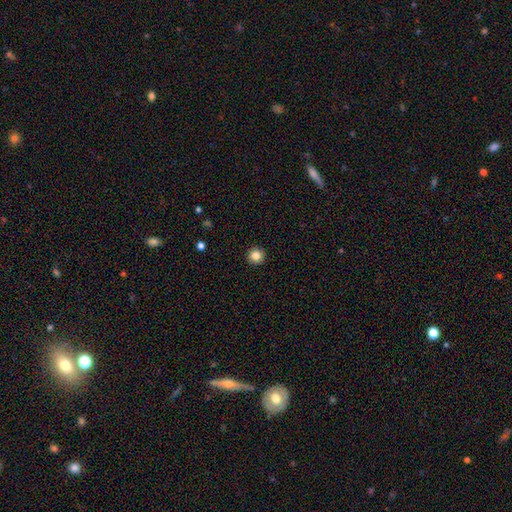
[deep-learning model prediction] Smooth or featured?
  - smooth: 84% *
  - star or artifact: 11%
  - featured or disk: 5%
How rounded?
  - round: 96% *
  - in between: 3%
  - cigar-shaped: 1%
Merging?
  - none: 94% *
  - minor disturbance: 4%
  - major disturbance: 1%
  - merger: 1%